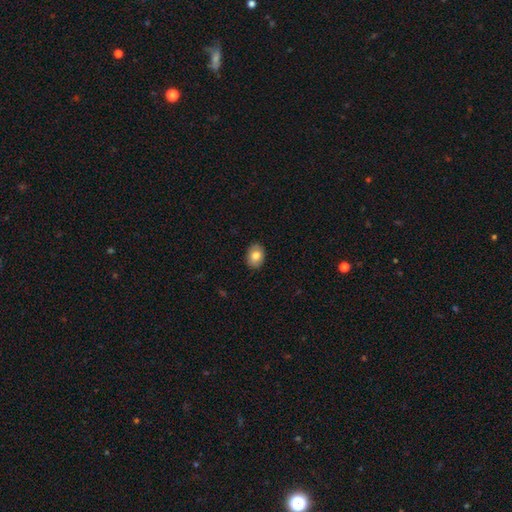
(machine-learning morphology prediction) smooth-or-featured: smooth: 81% | featured or disk: 11% | star or artifact: 8%
  how-rounded: in between: 74% | round: 25% | cigar-shaped: 1%
  merging: none: 89% | minor disturbance: 8% | major disturbance: 2% | merger: 1%